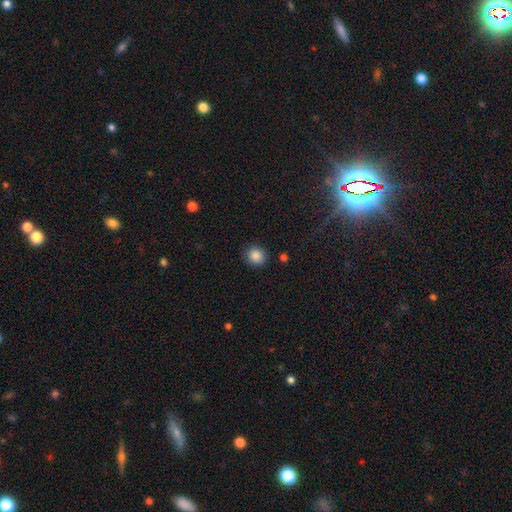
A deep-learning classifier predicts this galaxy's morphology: smooth-or-featured: smooth: 87% | star or artifact: 10% | featured or disk: 3%
  how-rounded: round: 83% | in between: 16% | cigar-shaped: 1%
  merging: none: 88% | minor disturbance: 8% | major disturbance: 3% | merger: 2%